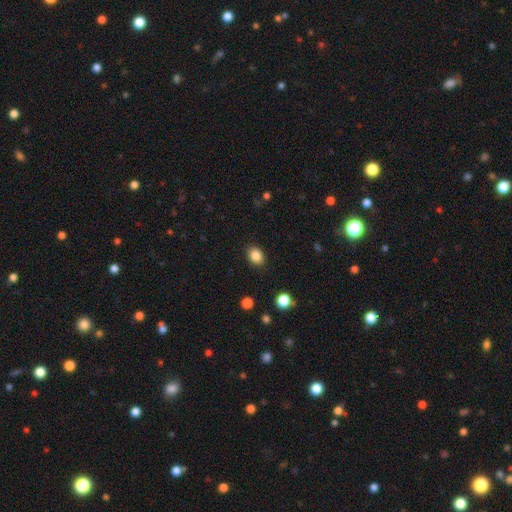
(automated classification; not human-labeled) This appears to be a smooth galaxy with no disk features (85%) that is in between round and cigar-shaped (59%). Merging: none (89%).